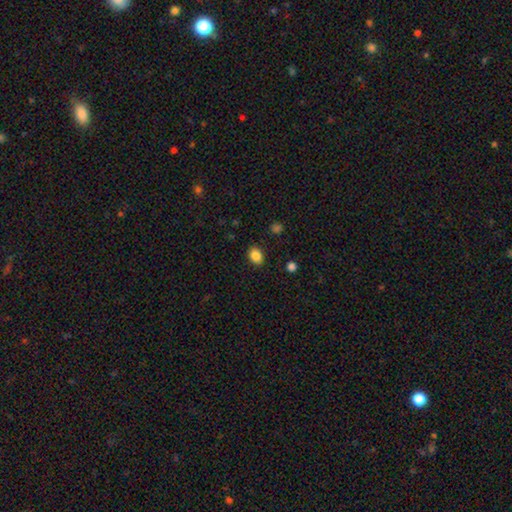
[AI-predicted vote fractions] Smooth or featured: smooth — 85% (star or artifact — 10%)
How rounded: in between — 72% (round — 27%)
Merging: none — 87% (minor disturbance — 9%)